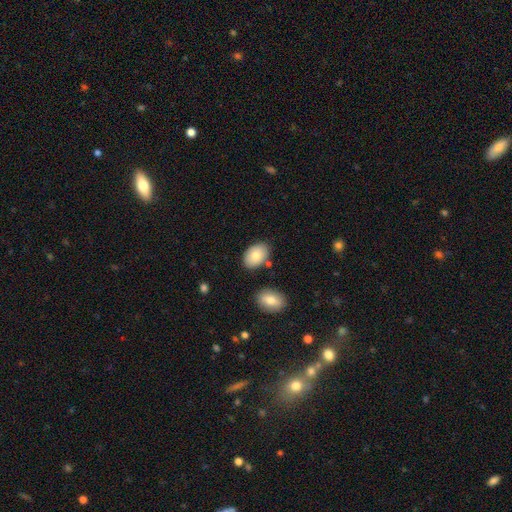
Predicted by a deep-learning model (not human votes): Smooth or featured?
  - smooth: 80% *
  - featured or disk: 13%
  - star or artifact: 7%
How rounded?
  - in between: 88% *
  - round: 11%
  - cigar-shaped: 1%
Merging?
  - none: 78% *
  - minor disturbance: 13%
  - merger: 7%
  - major disturbance: 3%